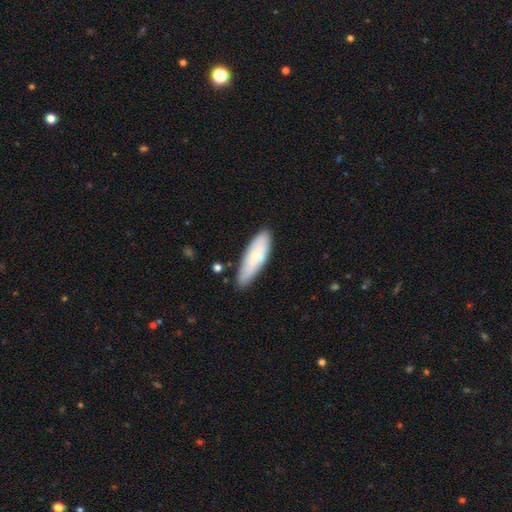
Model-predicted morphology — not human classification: Smooth or featured? Predicted: smooth (p=0.77). How rounded? Predicted: in between (p=0.51). Merging? Predicted: none (p=0.76).